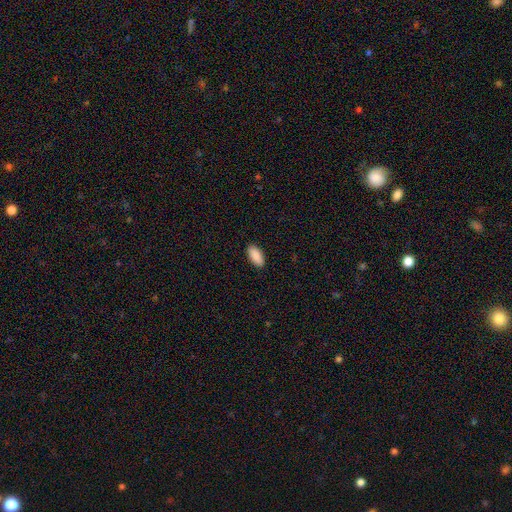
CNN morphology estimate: Smooth or featured: smooth — 90% (star or artifact — 6%)
How rounded: in between — 91% (cigar-shaped — 7%)
Merging: none — 90% (minor disturbance — 7%)